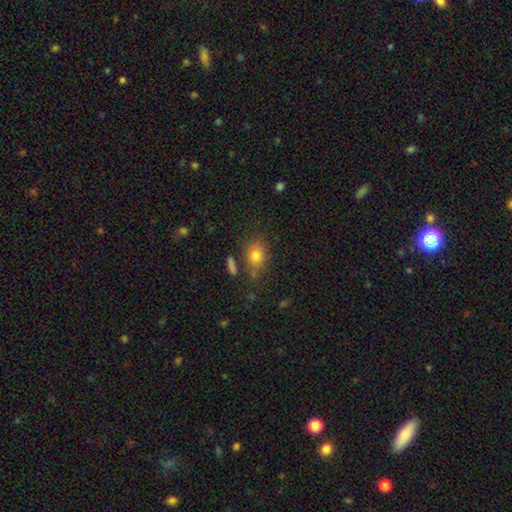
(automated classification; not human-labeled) smooth_or_featured: smooth (p=0.79) [alt: star or artifact p=0.11]
how_rounded: in between (p=0.65) [alt: round p=0.33]
merging: none (p=0.68) [alt: minor disturbance p=0.19]